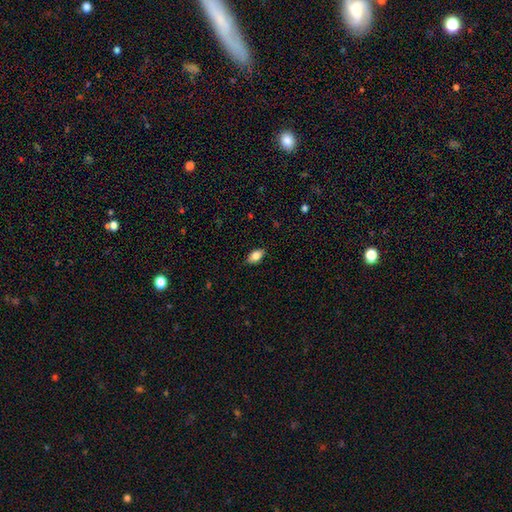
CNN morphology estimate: The model was most divided on "smooth or featured": smooth: 82%, featured or disk: 11%, star or artifact: 7%. More confident: how rounded — in between (90%); merging — none (86%).